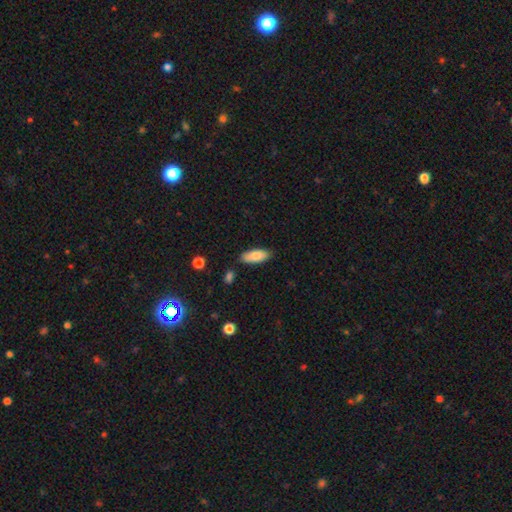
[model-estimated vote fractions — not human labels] Q: Smooth or featured?
A: smooth (81%); runner-up: featured or disk (12%)
Q: How rounded?
A: in between (81%); runner-up: cigar-shaped (17%)
Q: Merging?
A: none (81%); runner-up: minor disturbance (13%)